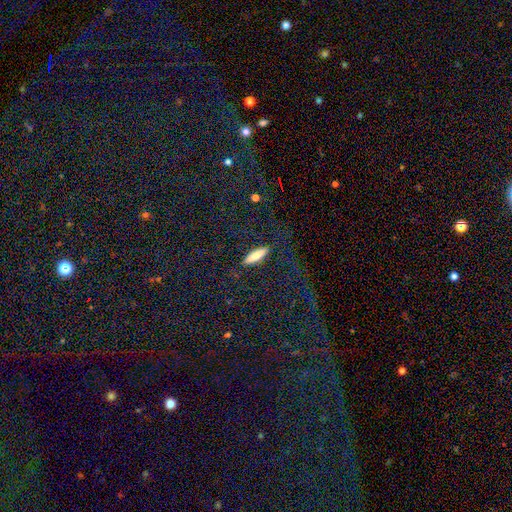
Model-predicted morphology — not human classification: This is likely a smooth galaxy (74%). How rounded: likely cigar-shaped (71%). Merging: clearly none (86%).